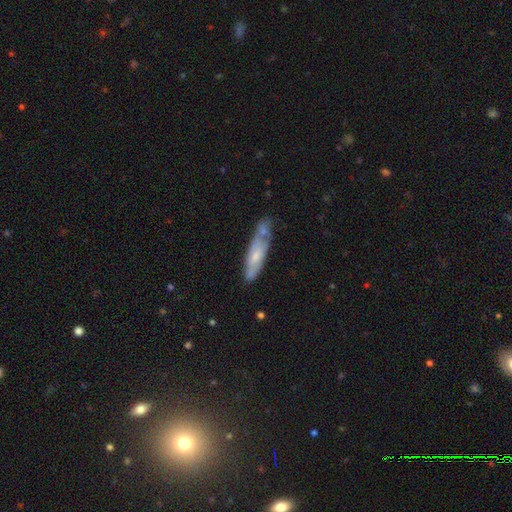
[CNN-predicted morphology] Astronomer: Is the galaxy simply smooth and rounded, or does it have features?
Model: smooth — 50% (runner-up: featured or disk, 43%).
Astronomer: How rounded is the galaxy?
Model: cigar-shaped — 69%.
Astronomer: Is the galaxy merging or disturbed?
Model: none — 51%.